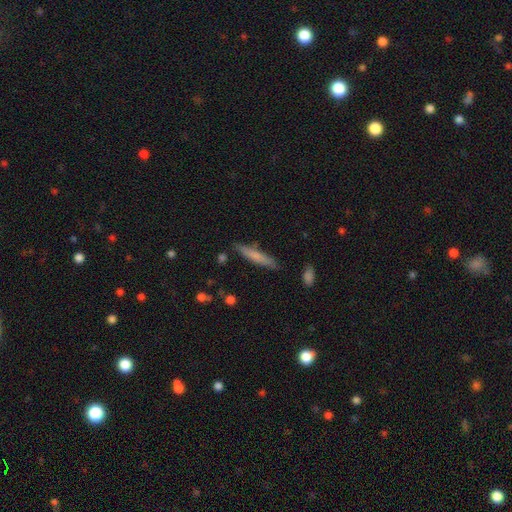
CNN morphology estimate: smooth_or_featured: smooth (p=0.69) [alt: featured or disk p=0.24]
how_rounded: cigar-shaped (p=0.90) [alt: in between p=0.09]
merging: none (p=0.83) [alt: minor disturbance p=0.12]